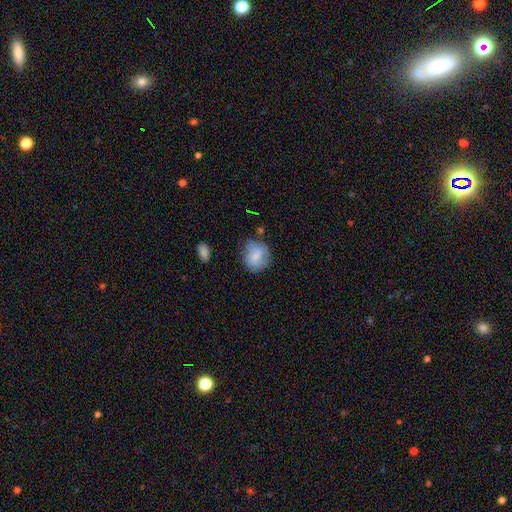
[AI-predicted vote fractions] A smooth galaxy with no disk features (73%) that is round (70%).

Vote fractions:
- Smooth or featured? smooth: 73% / featured or disk: 20% / star or artifact: 7%
- How rounded? round: 70% / in between: 29% / cigar-shaped: 1%
- Merging? none: 62% / minor disturbance: 26% / major disturbance: 8% / merger: 4%